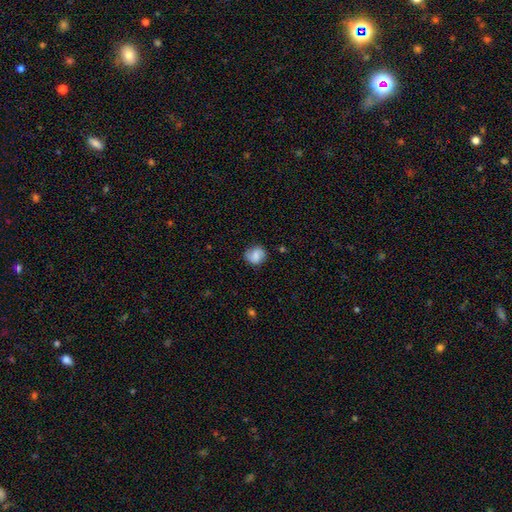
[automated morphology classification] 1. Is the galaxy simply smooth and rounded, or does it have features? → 66% smooth, 25% featured or disk, 9% star or artifact.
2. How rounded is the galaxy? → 79% round, 20% in between, 1% cigar-shaped.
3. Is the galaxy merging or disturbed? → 77% none, 17% minor disturbance, 4% major disturbance, 2% merger.